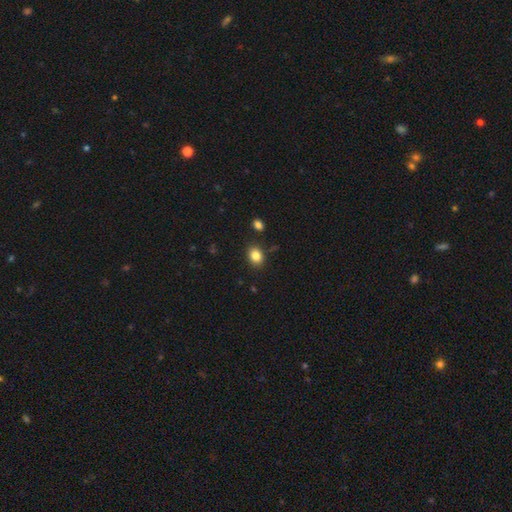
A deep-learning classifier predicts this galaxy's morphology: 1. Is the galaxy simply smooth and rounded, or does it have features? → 84% smooth, 10% star or artifact, 6% featured or disk.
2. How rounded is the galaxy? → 59% in between, 40% round, 1% cigar-shaped.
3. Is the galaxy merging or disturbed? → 86% none, 9% minor disturbance, 3% merger, 2% major disturbance.